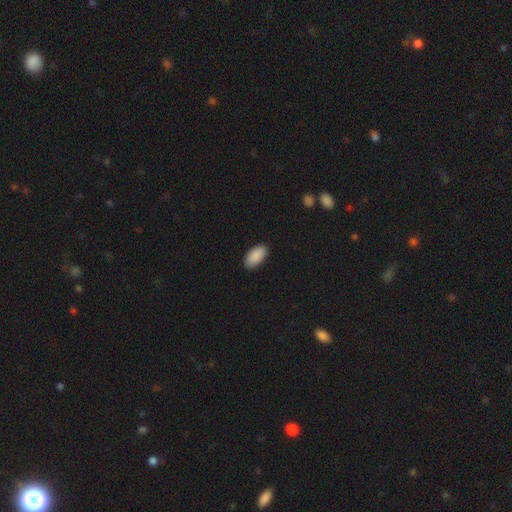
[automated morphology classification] This is clearly a smooth galaxy (91%). How rounded: clearly in between (95%). Merging: clearly none (89%).